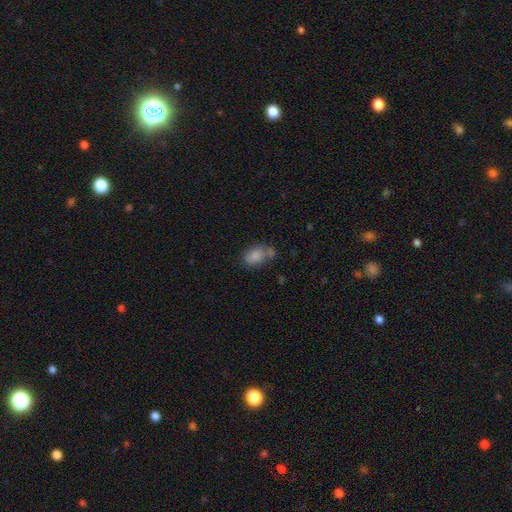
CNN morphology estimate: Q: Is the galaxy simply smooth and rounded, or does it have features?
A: smooth — 83%.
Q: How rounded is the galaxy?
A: in between — 81%.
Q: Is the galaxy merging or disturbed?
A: none — 50%.